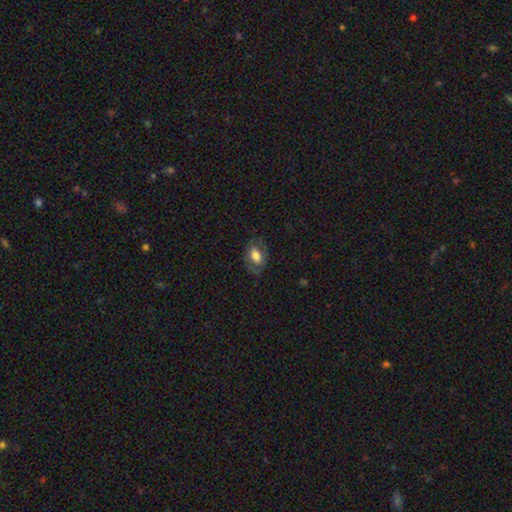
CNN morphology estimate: A smooth galaxy with no disk features (66%) that is in between round and cigar-shaped (88%). Merging: none (70%).